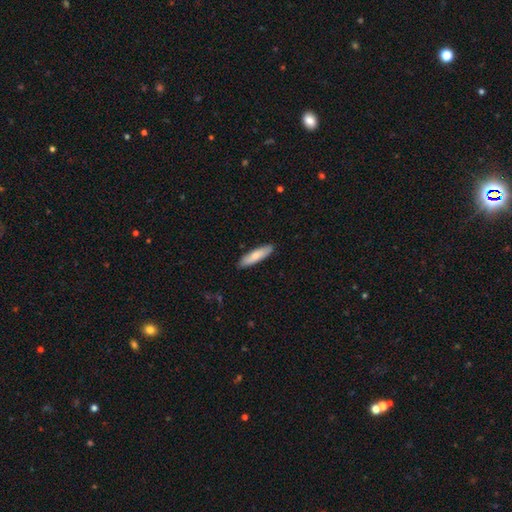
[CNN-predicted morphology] smooth 79%, featured or disk 16%, star or artifact 5%. Down the decision tree: how rounded — cigar-shaped (69%); merging — none (88%).